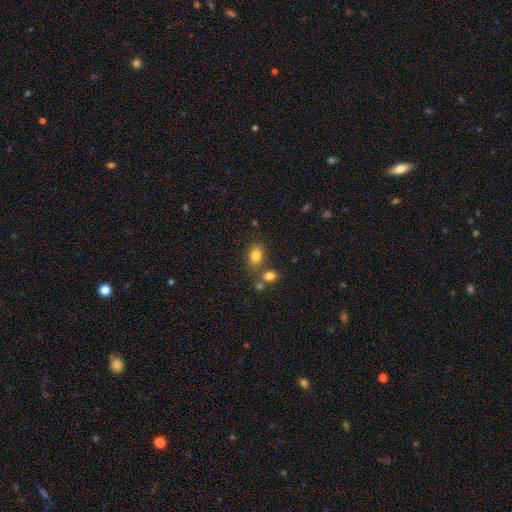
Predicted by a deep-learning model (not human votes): smooth_or_featured: smooth (p=0.80) [alt: star or artifact p=0.11]
how_rounded: in between (p=0.74) [alt: round p=0.25]
merging: none (p=0.66) [alt: merger p=0.17]